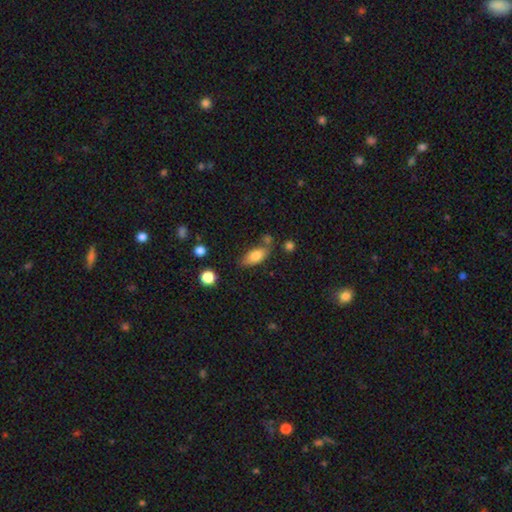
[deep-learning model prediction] smooth-or-featured: smooth: 75% | featured or disk: 17% | star or artifact: 8%
  how-rounded: in between: 82% | cigar-shaped: 14% | round: 4%
  merging: none: 62% | minor disturbance: 21% | merger: 11% | major disturbance: 6%